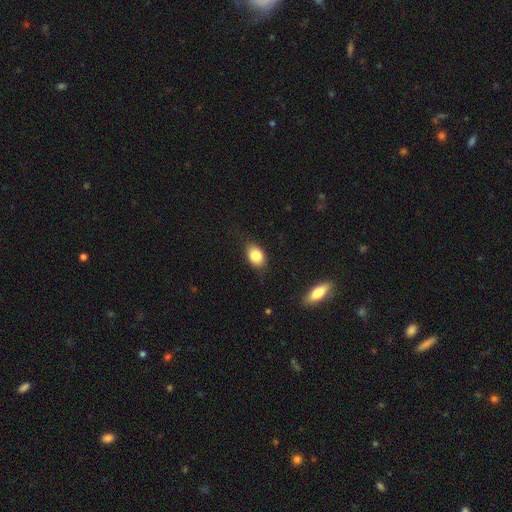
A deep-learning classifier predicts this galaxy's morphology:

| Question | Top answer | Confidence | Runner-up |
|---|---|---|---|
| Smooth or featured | smooth | 84% | featured or disk (8%) |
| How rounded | in between | 80% | round (18%) |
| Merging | none | 78% | minor disturbance (17%) |